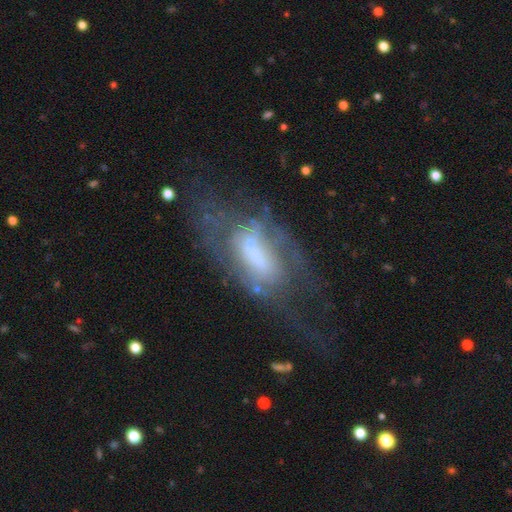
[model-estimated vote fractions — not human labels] featured or disk 62%, smooth 27%, star or artifact 11%. Down the decision tree: edge-on disk — no (92%); bar — no (49%); spiral arms — no (53%); bulge size — small (32%); merging — major disturbance (40%).